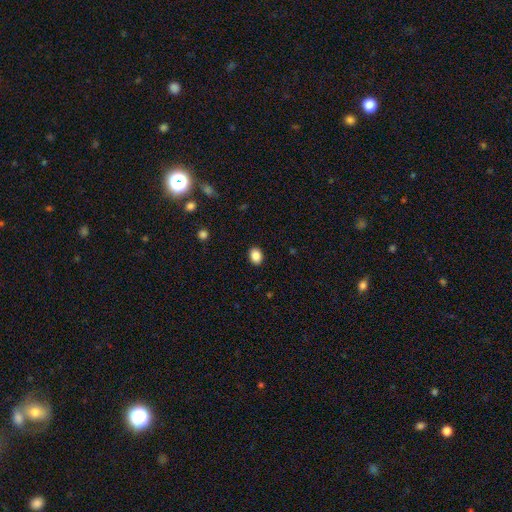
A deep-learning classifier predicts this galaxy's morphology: type=smooth (88%); roundness=in between (59%); merging=none (91%).